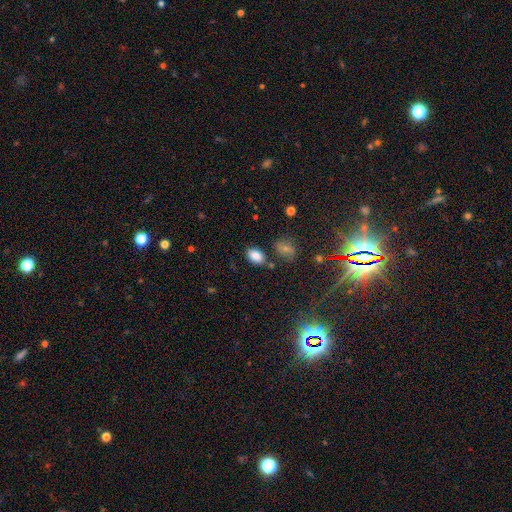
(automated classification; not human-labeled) Smooth or featured?
  - smooth: 84% *
  - star or artifact: 10%
  - featured or disk: 6%
How rounded?
  - in between: 86% *
  - round: 13%
  - cigar-shaped: 1%
Merging?
  - none: 78% *
  - minor disturbance: 12%
  - merger: 6%
  - major disturbance: 3%